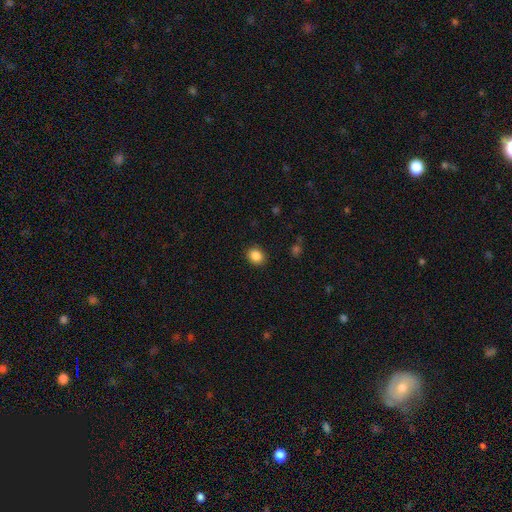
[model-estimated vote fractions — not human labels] Smooth or featured: smooth — 87% (star or artifact — 10%)
How rounded: round — 61% (in between — 38%)
Merging: none — 90% (minor disturbance — 7%)